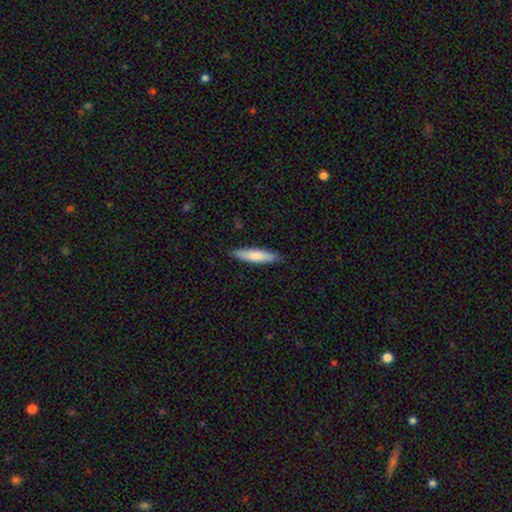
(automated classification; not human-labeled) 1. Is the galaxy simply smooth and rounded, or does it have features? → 79% smooth, 16% featured or disk, 5% star or artifact.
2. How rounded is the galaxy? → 79% cigar-shaped, 20% in between, 1% round.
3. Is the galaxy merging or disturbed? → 87% none, 10% minor disturbance, 2% major disturbance, 1% merger.